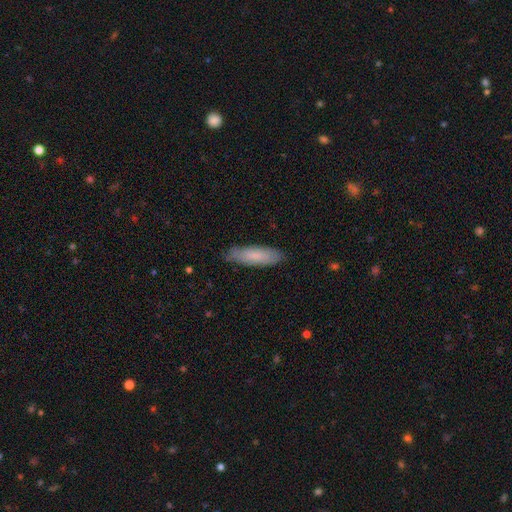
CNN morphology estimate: smooth 78%, featured or disk 16%, star or artifact 6%. Down the decision tree: how rounded — cigar-shaped (56%); merging — none (82%).